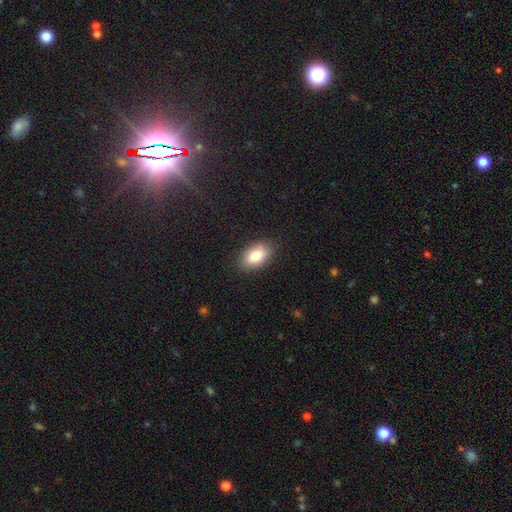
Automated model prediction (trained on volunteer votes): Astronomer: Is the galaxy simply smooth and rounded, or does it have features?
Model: smooth — 84%.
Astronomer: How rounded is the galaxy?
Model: in between — 92%.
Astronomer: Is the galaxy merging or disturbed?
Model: none — 86%.